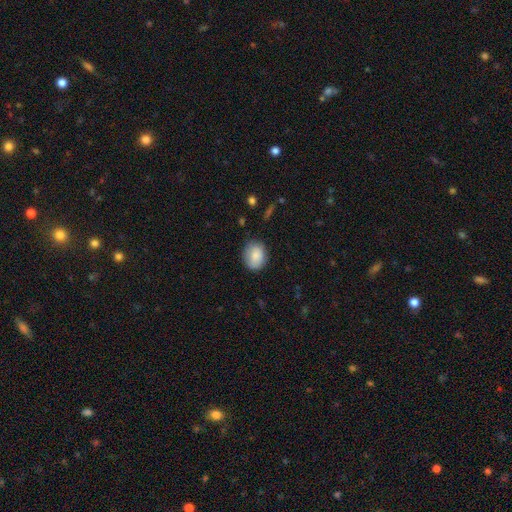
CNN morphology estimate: Smooth or featured?
  - smooth: 85% *
  - featured or disk: 8%
  - star or artifact: 7%
How rounded?
  - in between: 56% *
  - round: 43%
  - cigar-shaped: 1%
Merging?
  - none: 76% *
  - minor disturbance: 19%
  - major disturbance: 4%
  - merger: 1%